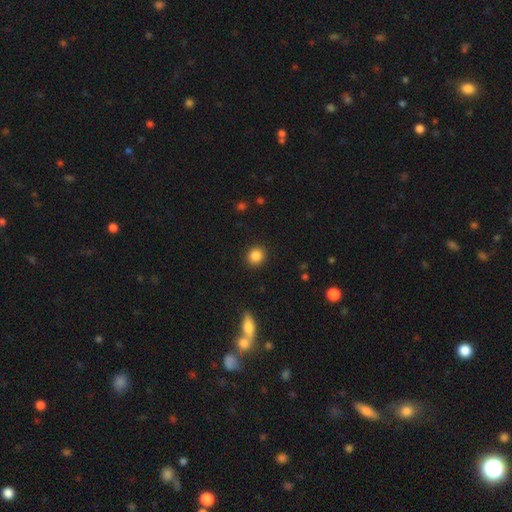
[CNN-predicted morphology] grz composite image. It shows a smooth galaxy with no disk features (86%) that is round (85%). Merging: none (91%).